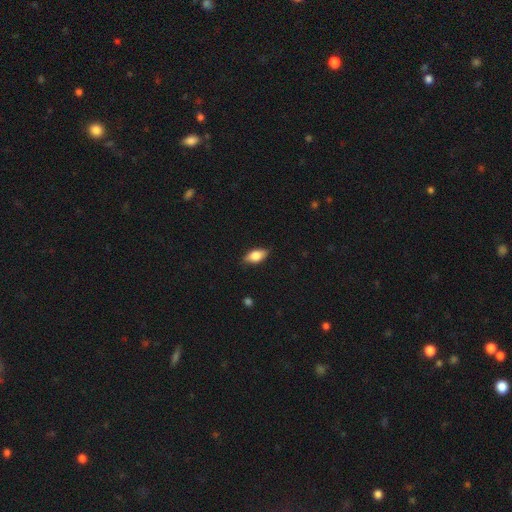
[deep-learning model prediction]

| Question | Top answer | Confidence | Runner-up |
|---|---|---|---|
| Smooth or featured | smooth | 73% | featured or disk (20%) |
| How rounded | in between | 86% | cigar-shaped (9%) |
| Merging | none | 84% | minor disturbance (13%) |